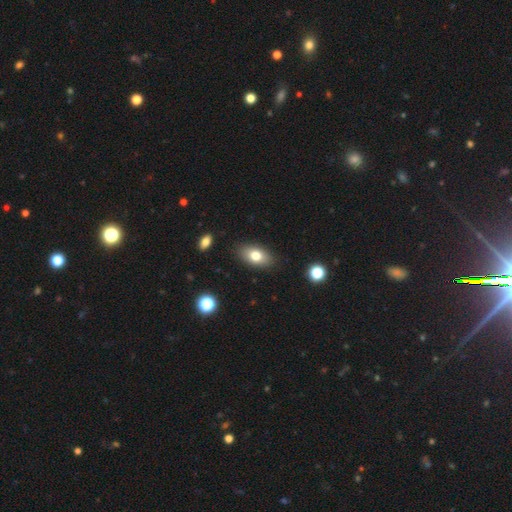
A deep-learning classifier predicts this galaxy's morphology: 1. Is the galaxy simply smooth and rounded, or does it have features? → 77% smooth, 15% featured or disk, 9% star or artifact.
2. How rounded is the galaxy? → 89% in between, 8% round, 3% cigar-shaped.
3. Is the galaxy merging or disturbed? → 86% none, 10% minor disturbance, 3% major disturbance, 1% merger.